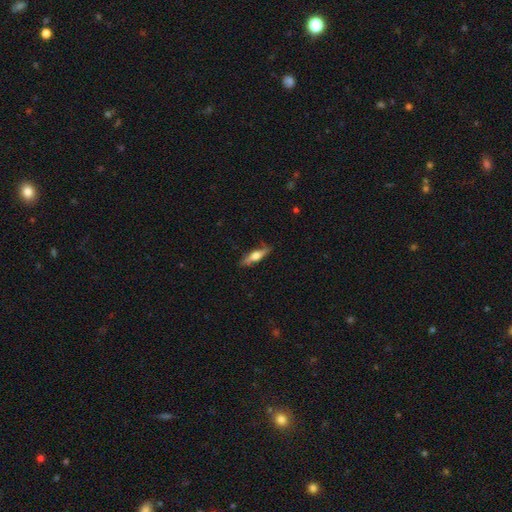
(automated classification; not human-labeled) The model was most divided on "smooth or featured": featured or disk: 49%, smooth: 45%, star or artifact: 6%. More confident: merging — none (80%).